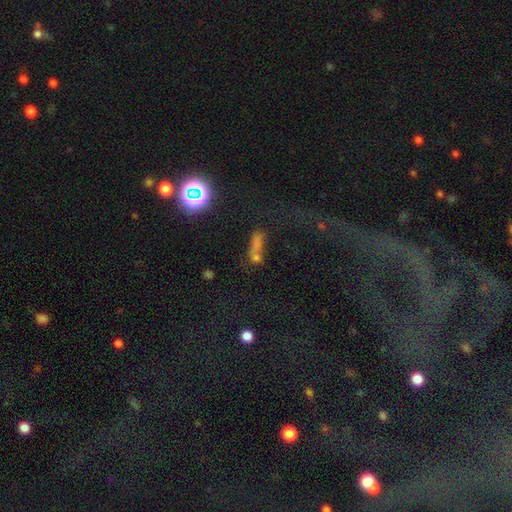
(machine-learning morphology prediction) Smooth or featured? smooth (51%)
How rounded? in between (41%)
Merging? none (41%)